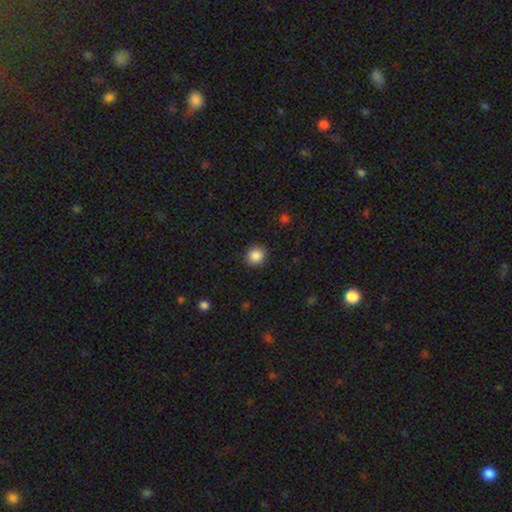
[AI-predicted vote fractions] Smooth or featured? smooth (87%)
How rounded? round (85%)
Merging? none (90%)